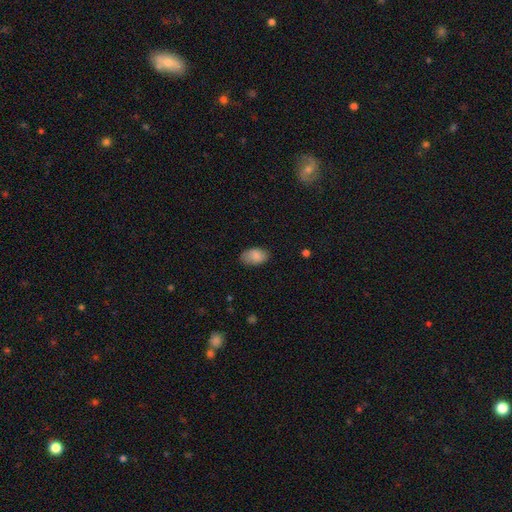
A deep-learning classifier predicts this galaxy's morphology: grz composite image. It shows a smooth galaxy with no disk features (86%) that is in between round and cigar-shaped (91%). Merging: none (77%).